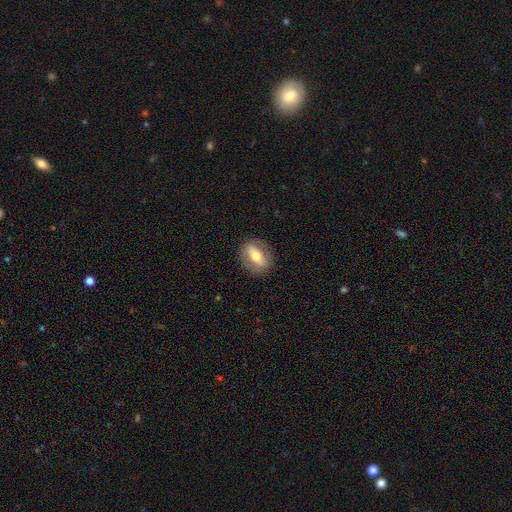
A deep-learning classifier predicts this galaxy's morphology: Q: Smooth or featured?
A: featured or disk (47%); runner-up: smooth (46%)
Q: Merging?
A: none (82%); runner-up: minor disturbance (12%)